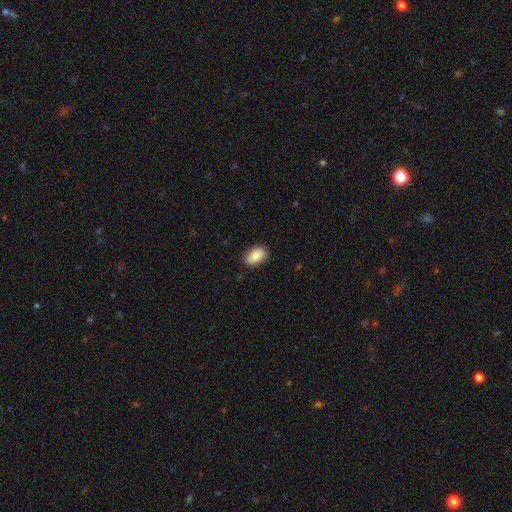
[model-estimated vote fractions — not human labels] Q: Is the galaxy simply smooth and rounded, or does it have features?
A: smooth — 85%.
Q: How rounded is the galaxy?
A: in between — 88%.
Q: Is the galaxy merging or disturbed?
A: none — 85%.